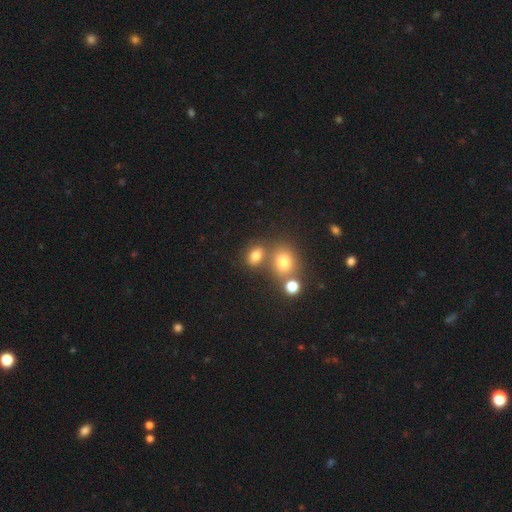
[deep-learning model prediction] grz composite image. It shows a smooth galaxy with no disk features (77%) that is in between round and cigar-shaped (65%). Merging: none (57%).